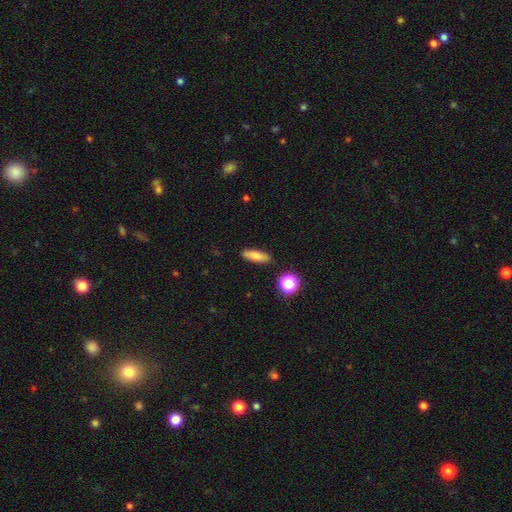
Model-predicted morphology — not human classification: Q: Smooth or featured?
A: smooth (78%); runner-up: featured or disk (12%)
Q: How rounded?
A: cigar-shaped (48%); runner-up: in between (47%)
Q: Merging?
A: none (87%); runner-up: minor disturbance (9%)